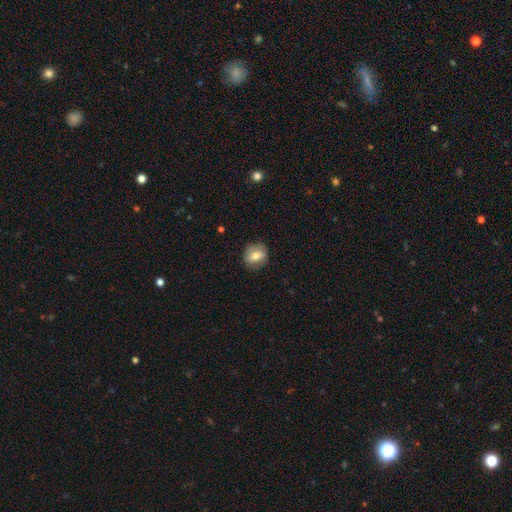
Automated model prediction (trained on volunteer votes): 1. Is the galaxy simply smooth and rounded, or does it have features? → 69% smooth, 22% featured or disk, 9% star or artifact.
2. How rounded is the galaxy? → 74% round, 25% in between, 1% cigar-shaped.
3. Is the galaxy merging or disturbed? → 82% none, 13% minor disturbance, 3% major disturbance, 1% merger.